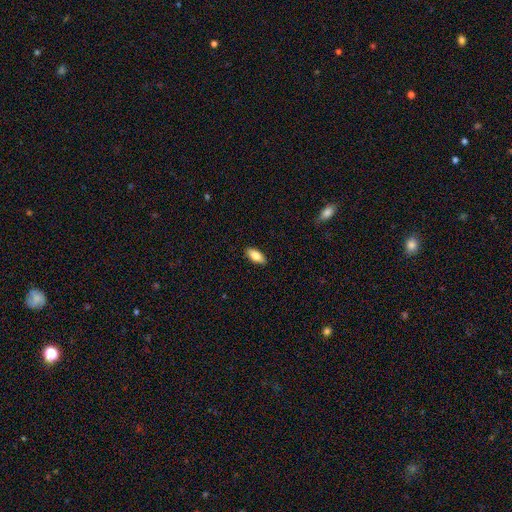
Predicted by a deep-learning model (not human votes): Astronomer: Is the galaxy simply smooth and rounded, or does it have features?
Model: smooth — 81%.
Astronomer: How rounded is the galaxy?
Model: in between — 85%.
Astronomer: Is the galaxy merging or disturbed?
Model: none — 89%.